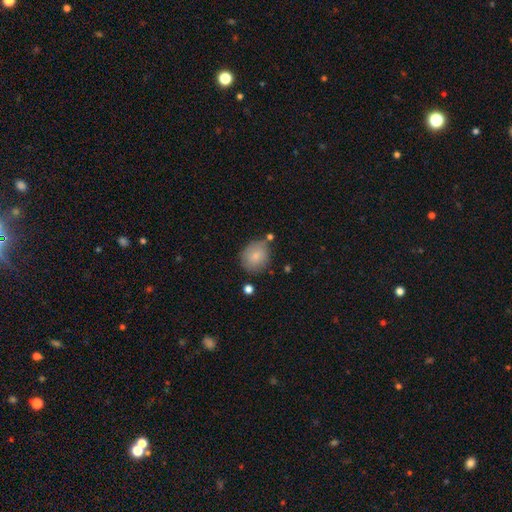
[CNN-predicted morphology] The model was most divided on "how rounded": round: 72%, in between: 27%, cigar-shaped: 1%. More confident: smooth or featured — smooth (82%); merging — none (69%).